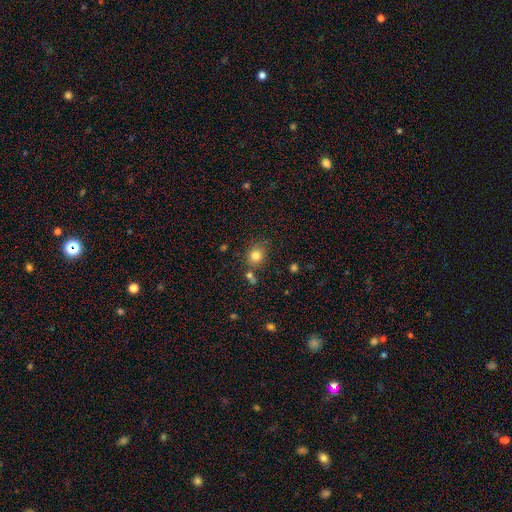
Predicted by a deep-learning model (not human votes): smooth 80%, star or artifact 12%, featured or disk 7%. Down the decision tree: how rounded — round (71%); merging — none (74%).